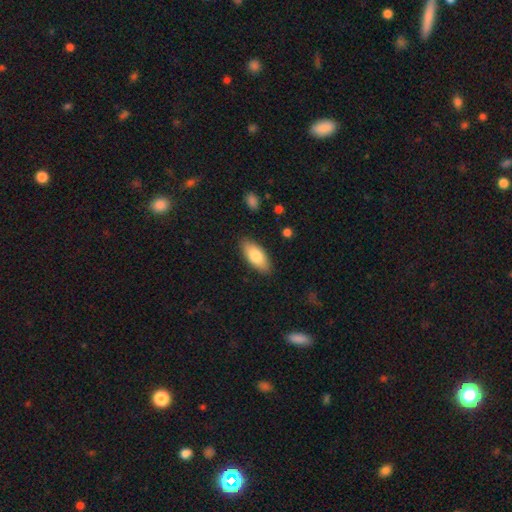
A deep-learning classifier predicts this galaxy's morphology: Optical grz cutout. It shows a smooth galaxy with no disk features (80%) that is in between round and cigar-shaped (84%). Merging: none (87%).